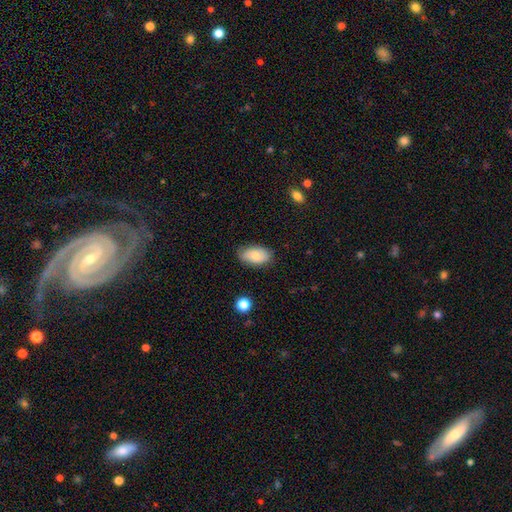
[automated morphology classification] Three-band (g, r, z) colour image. It shows a smooth galaxy with no disk features (77%) that is in between round and cigar-shaped (93%). Merging: none (80%).